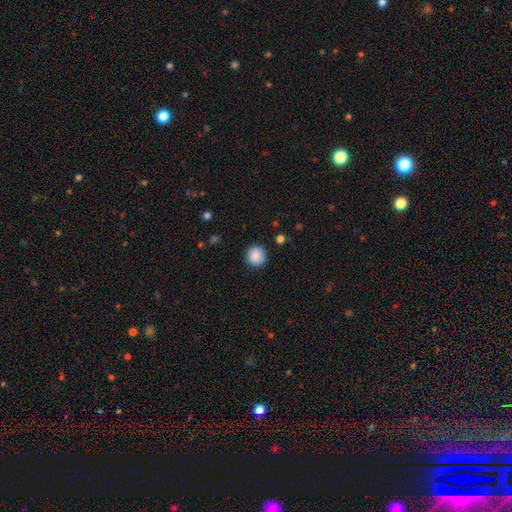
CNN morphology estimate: smooth 87%, star or artifact 8%, featured or disk 4%. Down the decision tree: how rounded — round (94%); merging — none (89%).